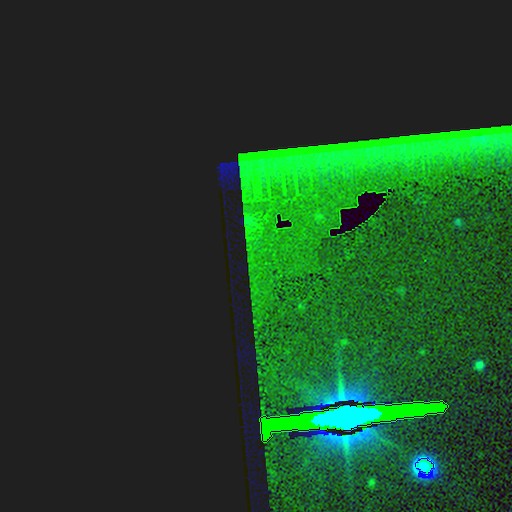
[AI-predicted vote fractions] smooth_or_featured: star or artifact (p=0.87) [alt: featured or disk p=0.07]